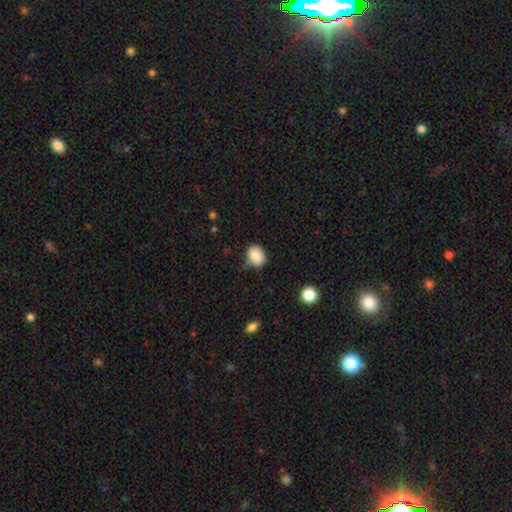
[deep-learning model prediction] smooth_or_featured: smooth (p=0.84) [alt: star or artifact p=0.09]
how_rounded: round (p=0.51) [alt: in between p=0.48]
merging: none (p=0.67) [alt: minor disturbance p=0.26]